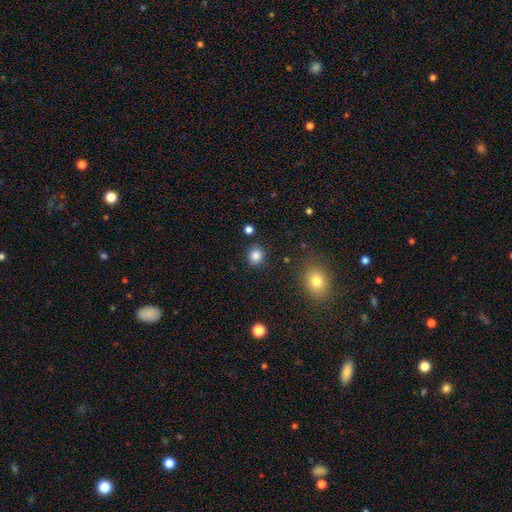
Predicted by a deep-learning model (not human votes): Morphology: type=smooth (85%); roundness=round (79%); merging=none (87%).